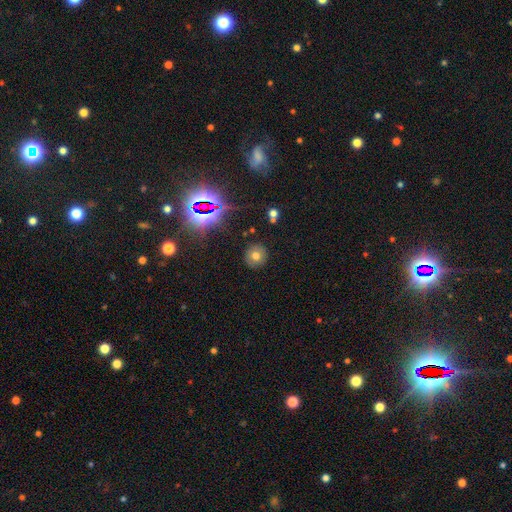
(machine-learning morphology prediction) This appears to be a smooth galaxy with no disk features (66%) that is round (89%). Merging: none (88%).